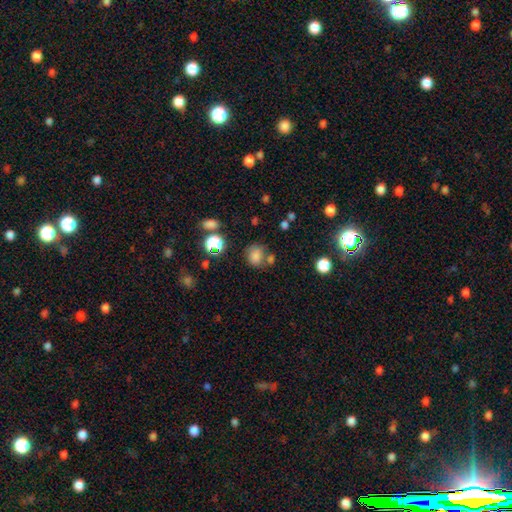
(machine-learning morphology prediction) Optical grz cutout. It shows a smooth galaxy with no disk features (76%) that is round (58%). Merging: none (59%).